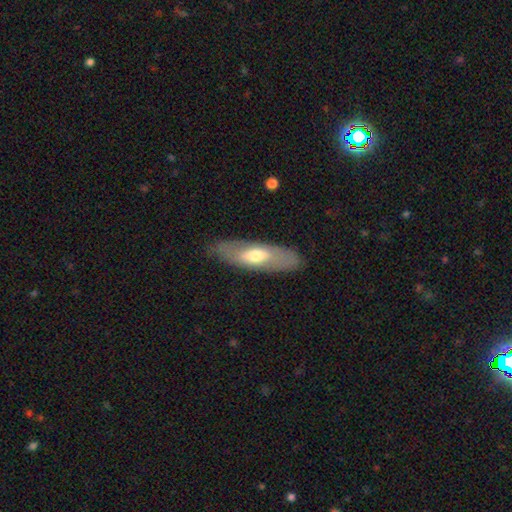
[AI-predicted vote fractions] A smooth galaxy with no disk features (50%) that is in between round and cigar-shaped (55%).

Vote fractions:
- Smooth or featured? smooth: 50% / featured or disk: 44% / star or artifact: 6%
- How rounded? in between: 55% / cigar-shaped: 42% / round: 2%
- Merging? none: 82% / minor disturbance: 13% / major disturbance: 4% / merger: 1%